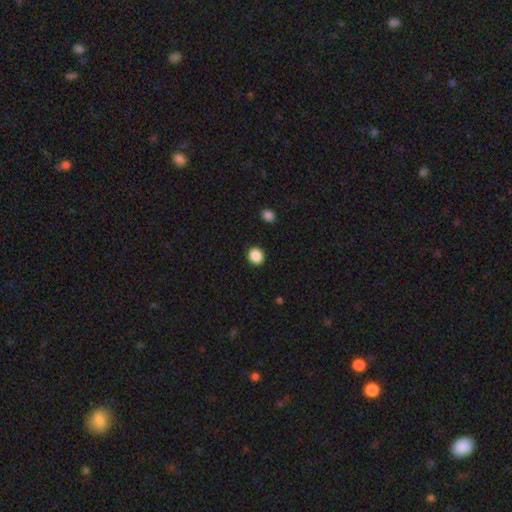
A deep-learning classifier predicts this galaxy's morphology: Q: Smooth or featured?
A: smooth (88%); runner-up: star or artifact (9%)
Q: How rounded?
A: round (77%); runner-up: in between (22%)
Q: Merging?
A: none (92%); runner-up: minor disturbance (5%)